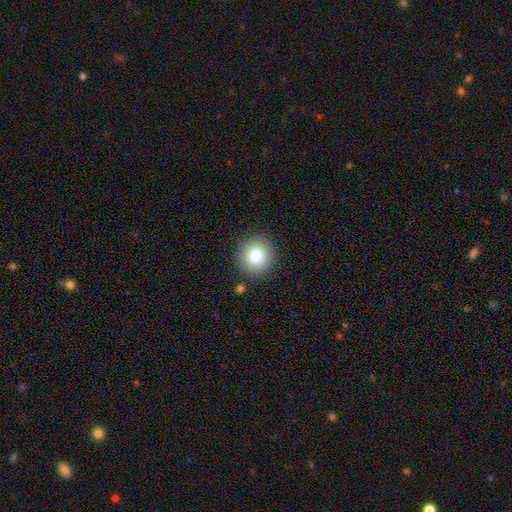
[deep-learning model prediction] The model was most divided on "smooth or featured": smooth: 82%, star or artifact: 10%, featured or disk: 8%. More confident: how rounded — round (91%); merging — none (88%).